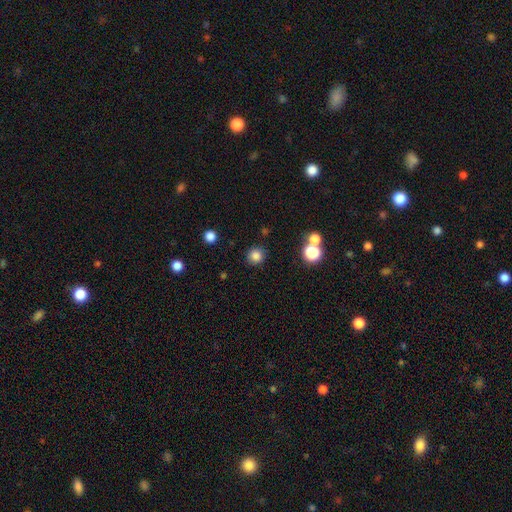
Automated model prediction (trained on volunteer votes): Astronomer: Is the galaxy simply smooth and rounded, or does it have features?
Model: smooth — 82%.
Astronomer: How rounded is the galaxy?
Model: round — 93%.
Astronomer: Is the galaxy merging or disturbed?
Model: none — 87%.